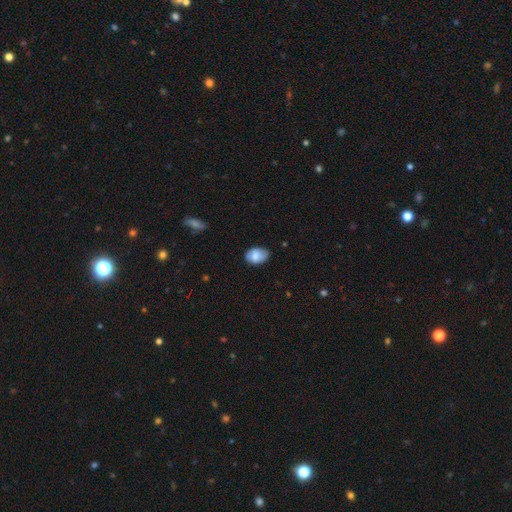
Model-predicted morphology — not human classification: Q: Smooth or featured?
A: smooth (79%); runner-up: featured or disk (14%)
Q: How rounded?
A: in between (83%); runner-up: round (16%)
Q: Merging?
A: none (71%); runner-up: minor disturbance (24%)